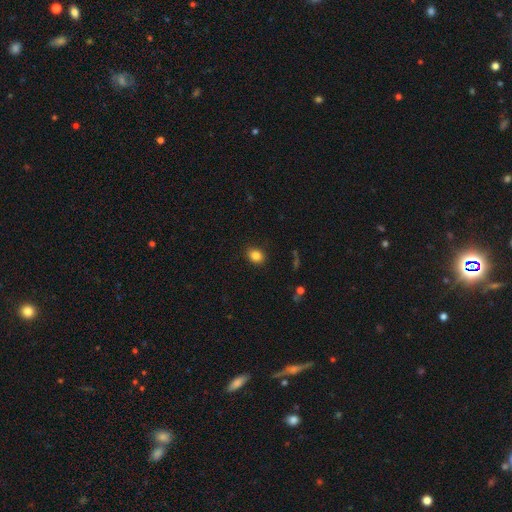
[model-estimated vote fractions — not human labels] This appears to be a smooth galaxy with no disk features (84%) that is in between round and cigar-shaped (52%). Merging: none (88%).